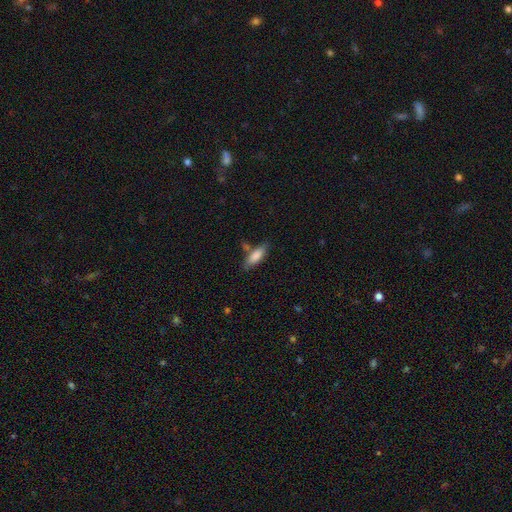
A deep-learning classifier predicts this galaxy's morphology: A smooth galaxy with no disk features (82%) that is in between round and cigar-shaped (62%). Merging: none (69%).